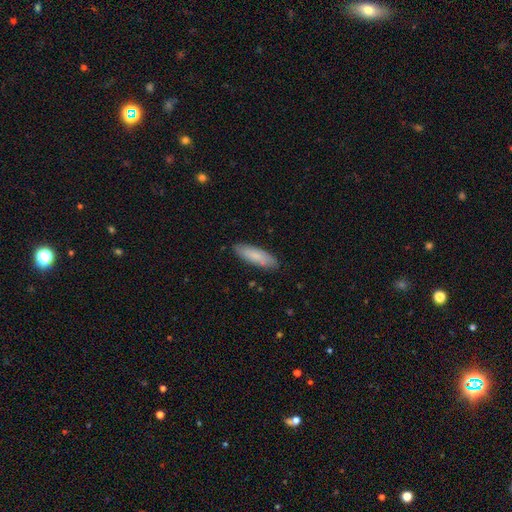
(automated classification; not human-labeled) smooth-or-featured: smooth: 82% | featured or disk: 13% | star or artifact: 5%
  how-rounded: cigar-shaped: 51% | in between: 48% | round: 1%
  merging: none: 87% | minor disturbance: 10% | major disturbance: 2% | merger: 1%